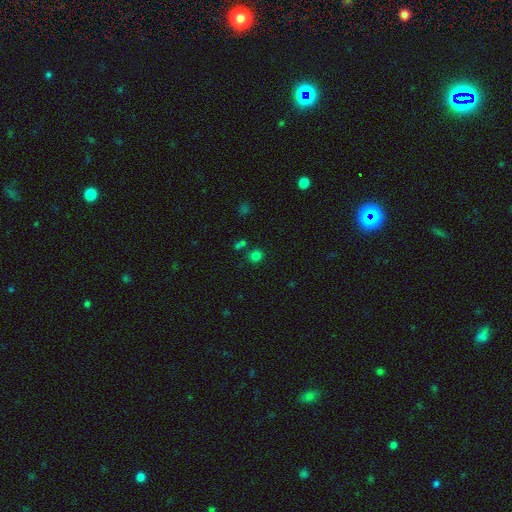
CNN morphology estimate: smooth-or-featured: smooth: 75% | star or artifact: 20% | featured or disk: 5%
  how-rounded: round: 82% | in between: 17% | cigar-shaped: 1%
  merging: none: 78% | merger: 10% | minor disturbance: 9% | major disturbance: 4%